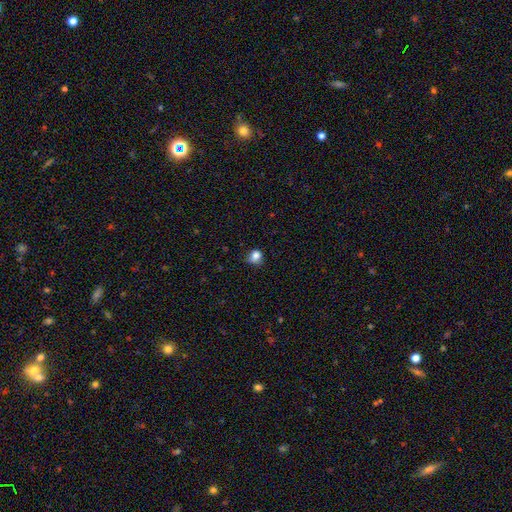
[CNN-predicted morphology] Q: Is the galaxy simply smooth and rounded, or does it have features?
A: smooth — 83%.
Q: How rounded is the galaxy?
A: round — 76%.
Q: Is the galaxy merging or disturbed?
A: none — 63%.